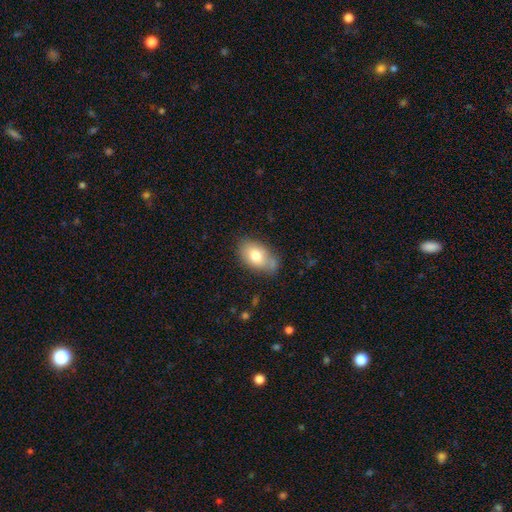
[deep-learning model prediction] Overall: smooth (75%). How rounded: in between (90%). Merging: none (61%; minor disturbance 26%).